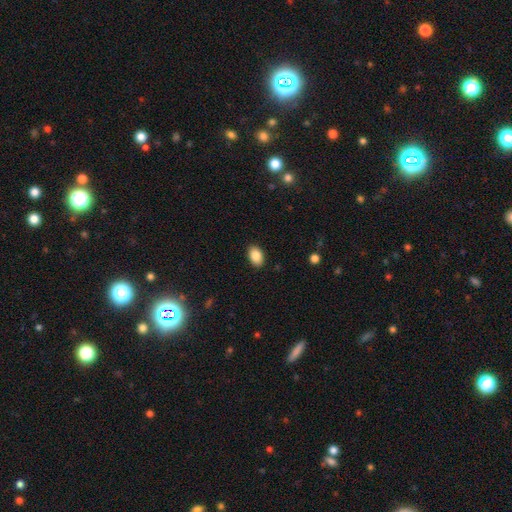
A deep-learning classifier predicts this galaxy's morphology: This is clearly a smooth galaxy (87%). How rounded: clearly in between (87%). Merging: clearly none (89%).